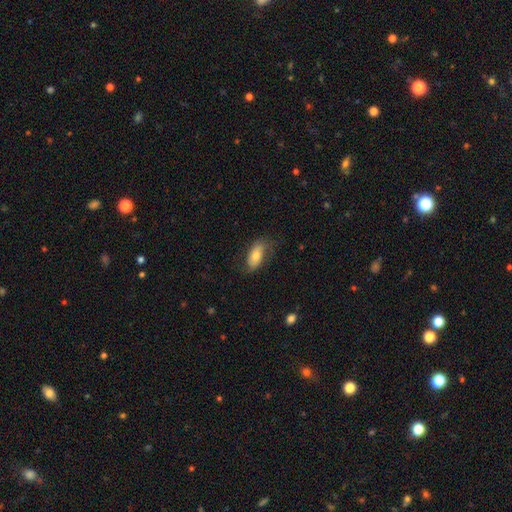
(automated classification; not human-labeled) A smooth galaxy with no disk features (60%) that is in between round and cigar-shaped (86%).

Vote fractions:
- Smooth or featured? smooth: 60% / featured or disk: 33% / star or artifact: 7%
- How rounded? in between: 86% / cigar-shaped: 9% / round: 5%
- Merging? none: 62% / minor disturbance: 25% / major disturbance: 12% / merger: 1%